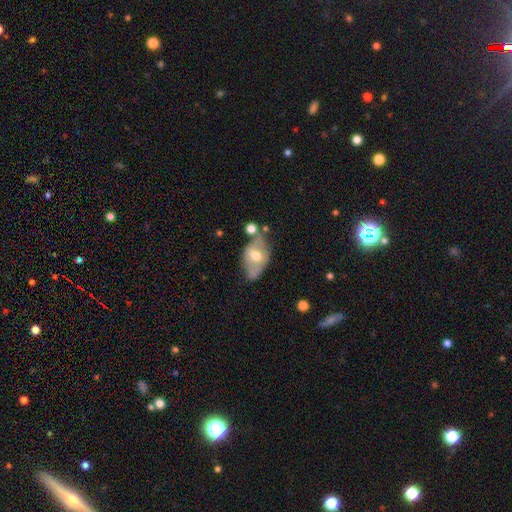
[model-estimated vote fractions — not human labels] This appears to be a featured or disk galaxy (52%). Merging: none (50%).